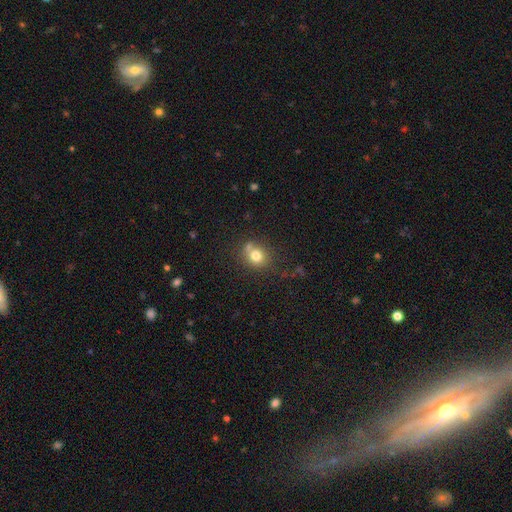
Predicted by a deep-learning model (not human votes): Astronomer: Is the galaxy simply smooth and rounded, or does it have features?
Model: smooth — 75%.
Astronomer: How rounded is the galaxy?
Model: round — 73%.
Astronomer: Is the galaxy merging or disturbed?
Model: none — 64%.